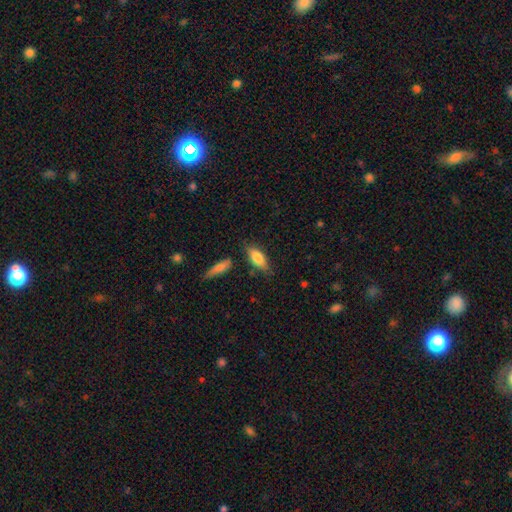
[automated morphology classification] Smooth or featured: smooth — 79% (featured or disk — 14%)
How rounded: in between — 73% (cigar-shaped — 25%)
Merging: none — 74% (minor disturbance — 17%)